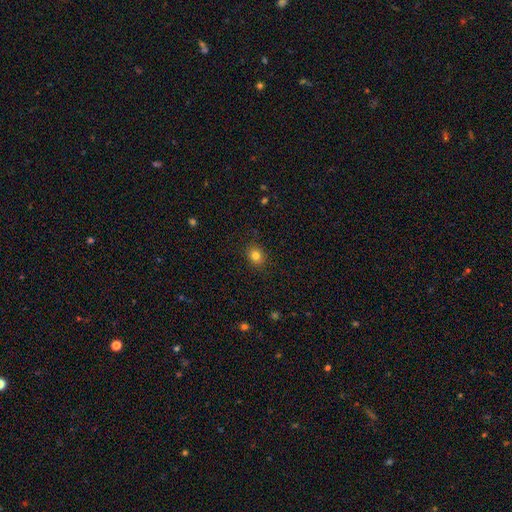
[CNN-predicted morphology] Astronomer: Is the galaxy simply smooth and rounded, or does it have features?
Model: smooth — 82%.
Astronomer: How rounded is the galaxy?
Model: round — 67%.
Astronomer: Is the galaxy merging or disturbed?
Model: none — 89%.